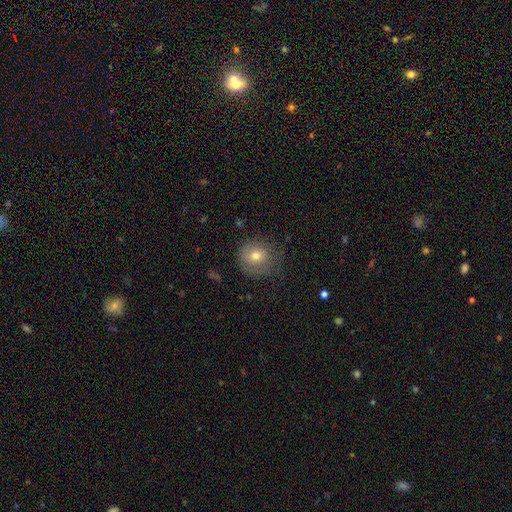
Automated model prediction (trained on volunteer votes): smooth-or-featured: smooth: 68% | featured or disk: 22% | star or artifact: 11%
  how-rounded: round: 84% | in between: 15% | cigar-shaped: 1%
  merging: none: 67% | minor disturbance: 22% | major disturbance: 10% | merger: 1%